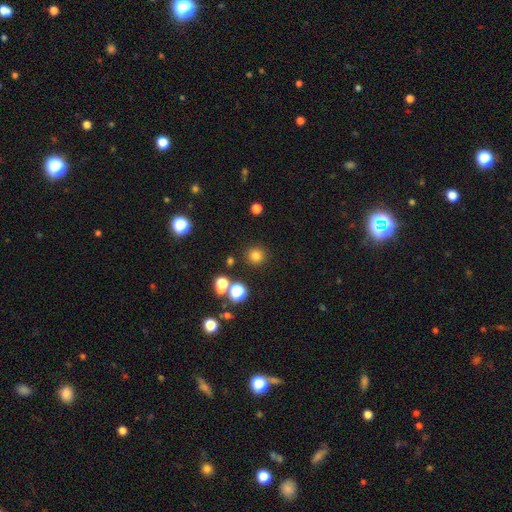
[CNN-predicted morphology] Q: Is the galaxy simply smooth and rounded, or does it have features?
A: smooth — 78%.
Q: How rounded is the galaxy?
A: round — 94%.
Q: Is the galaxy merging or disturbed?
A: none — 87%.